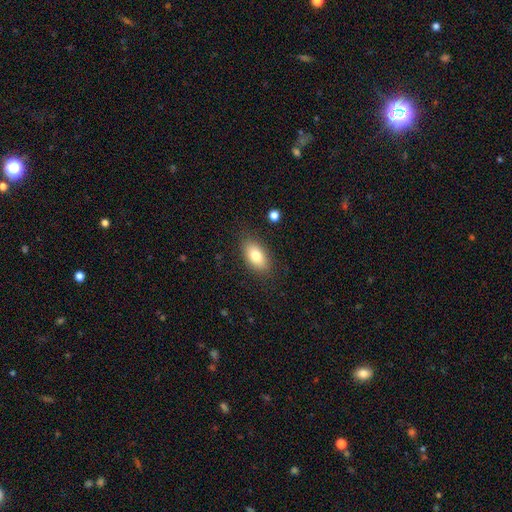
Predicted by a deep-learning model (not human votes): This appears to be a smooth galaxy with no disk features (80%) that is in between round and cigar-shaped (91%). Merging: none (84%).